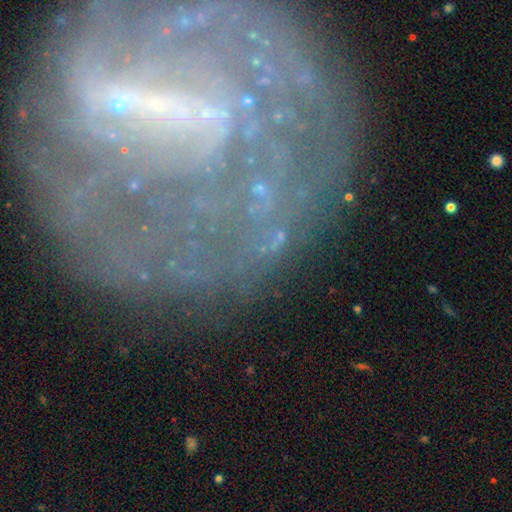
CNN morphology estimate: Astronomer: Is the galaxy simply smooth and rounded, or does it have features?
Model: featured or disk — 75%.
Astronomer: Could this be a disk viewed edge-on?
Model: no — 95%.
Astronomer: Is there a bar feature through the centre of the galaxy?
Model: strong — 46% (runner-up: weak, 31%).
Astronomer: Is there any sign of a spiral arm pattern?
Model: yes — 67%.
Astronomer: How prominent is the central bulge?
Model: small — 53%.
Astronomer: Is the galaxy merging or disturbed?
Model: none — 65%.